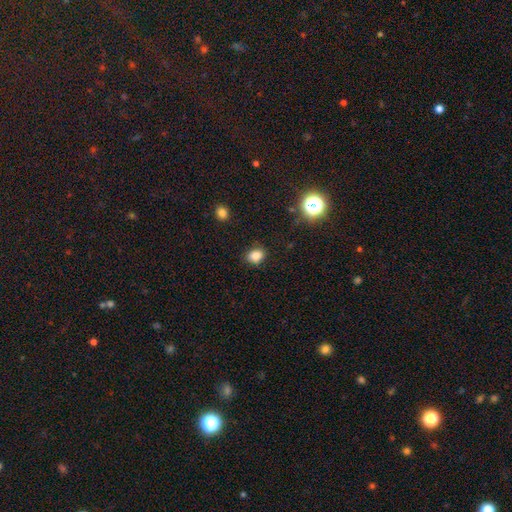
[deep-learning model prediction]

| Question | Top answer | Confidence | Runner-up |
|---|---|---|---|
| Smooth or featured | smooth | 83% | star or artifact (13%) |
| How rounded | in between | 50% | round (48%) |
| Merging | none | 83% | minor disturbance (12%) |